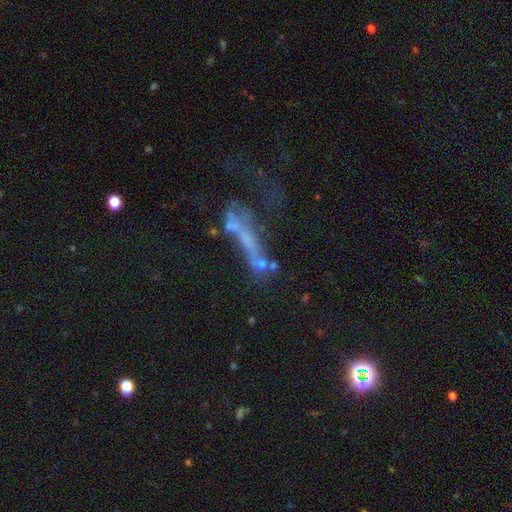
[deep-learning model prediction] Overall: featured or disk (45%; smooth 28%). Merging: major disturbance (35%; merger 30%).